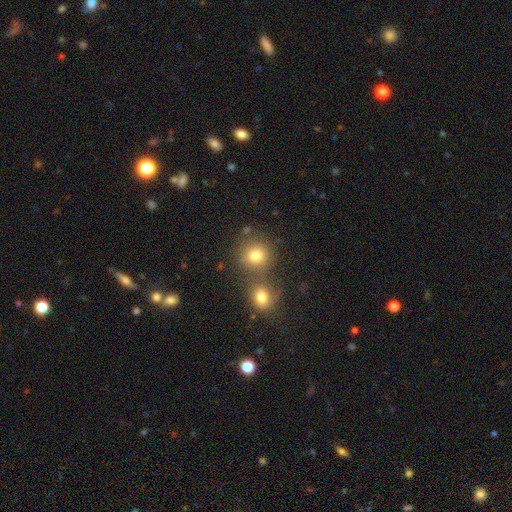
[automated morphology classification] Smooth or featured: smooth — 79% (star or artifact — 13%)
How rounded: round — 85% (in between — 14%)
Merging: none — 52% (merger — 36%)